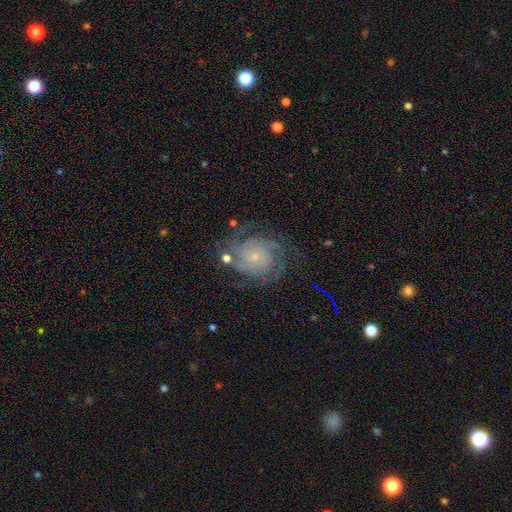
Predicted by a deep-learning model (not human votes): Morphology: type=featured or disk (81%); edge-on=no (97%); bar=no (80%); spiral arms=yes (95%); winding=tight (64%); arm count=can't tell (30%); bulge=small (81%); merging=none (68%).